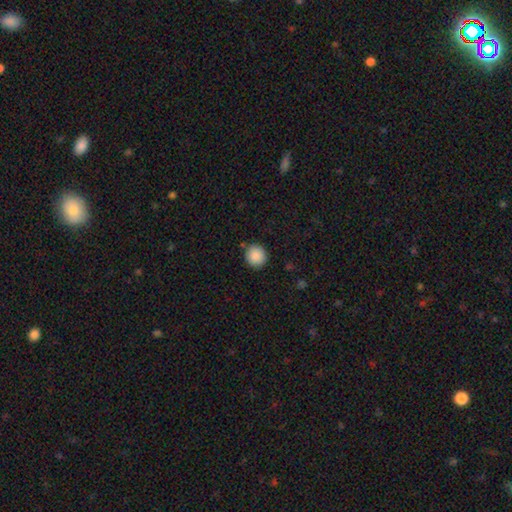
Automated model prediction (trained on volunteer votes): smooth_or_featured: smooth (p=0.89) [alt: star or artifact p=0.08]
how_rounded: round (p=0.92) [alt: in between p=0.07]
merging: none (p=0.89) [alt: minor disturbance p=0.07]